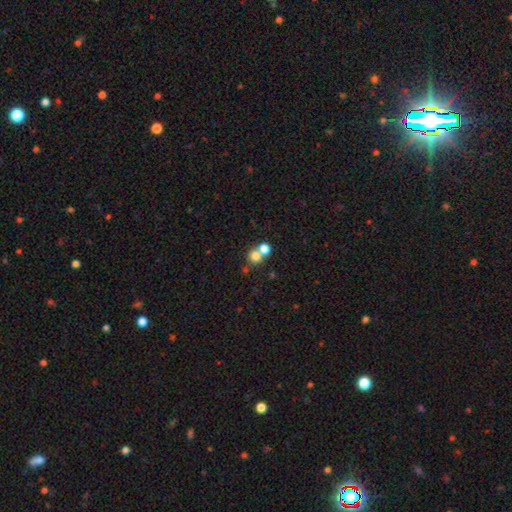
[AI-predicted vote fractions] Overall: smooth (75%). How rounded: round (85%). Merging: merger (48%; none 43%).